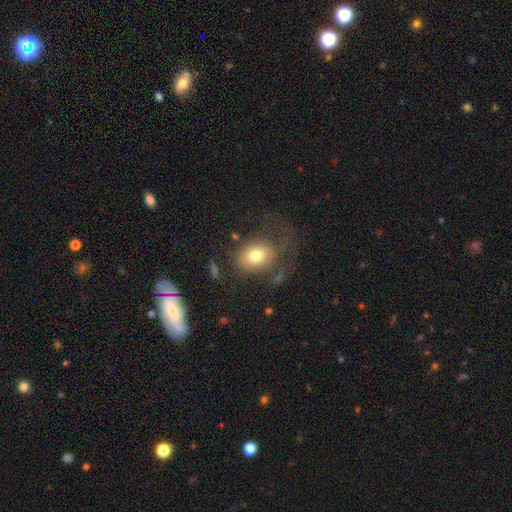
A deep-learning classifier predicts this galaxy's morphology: Smooth or featured: smooth — 73% (featured or disk — 16%)
How rounded: in between — 53% (round — 46%)
Merging: none — 48% (major disturbance — 28%)